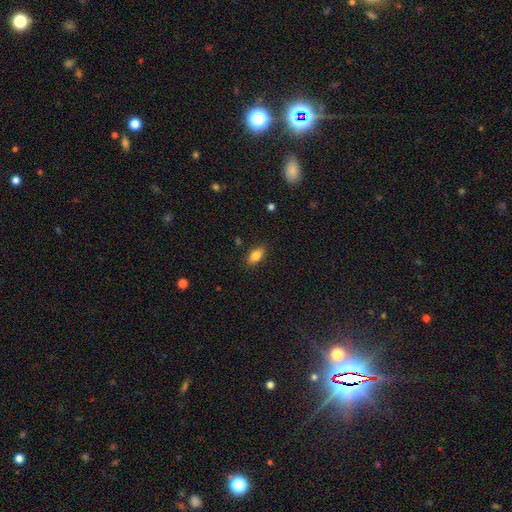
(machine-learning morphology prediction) Smooth or featured? smooth (77%)
How rounded? in between (84%)
Merging? none (86%)